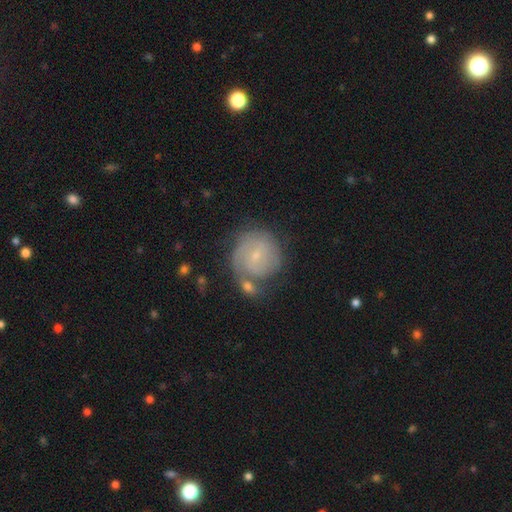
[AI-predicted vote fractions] A featured or disk galaxy (62%) with no bar (52%), tight (63%) spiral arms (85%) and a small central bulge (77%).

Vote fractions:
- Smooth or featured? featured or disk: 62% / smooth: 31% / star or artifact: 7%
- Edge-on disk? no: 97% / yes: 3%
- Bar? no: 52% / weak: 41% / strong: 7%
- Spiral arms? yes: 85% / no: 15%
- Spiral winding? tight: 63% / medium: 27% / loose: 10%
- Spiral arm count? can't tell: 39% / 2: 34% / 3: 10% / 1: 10% / 4: 4% / more than 4: 3%
- Bulge size? small: 77% / moderate: 17% / none: 4% / large: 1% / dominant: 1%
- Merging? none: 53% / minor disturbance: 19% / merger: 18% / major disturbance: 10%